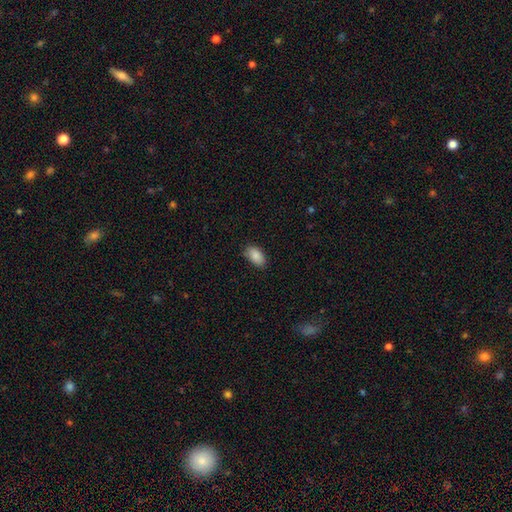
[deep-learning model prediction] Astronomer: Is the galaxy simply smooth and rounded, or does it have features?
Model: smooth — 89%.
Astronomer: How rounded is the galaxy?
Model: in between — 94%.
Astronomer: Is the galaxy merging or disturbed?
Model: none — 82%.